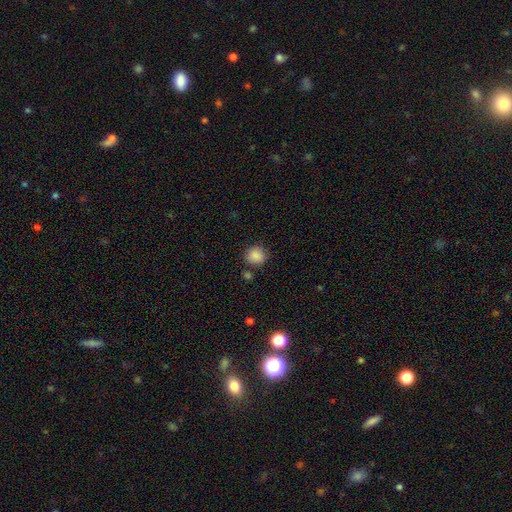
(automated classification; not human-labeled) Smooth or featured? Predicted: smooth (p=0.87). How rounded? Predicted: round (p=0.83). Merging? Predicted: none (p=0.78).